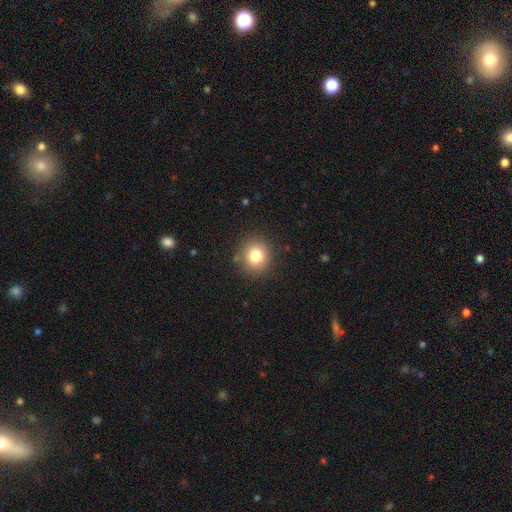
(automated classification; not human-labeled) This is likely a smooth galaxy (80%). How rounded: clearly round (87%). Merging: clearly none (87%).